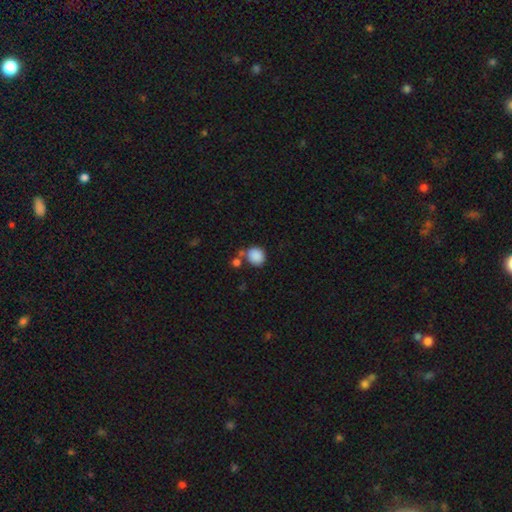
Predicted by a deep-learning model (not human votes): Smooth or featured? Predicted: smooth (p=0.88). How rounded? Predicted: round (p=0.80). Merging? Predicted: none (p=0.63).